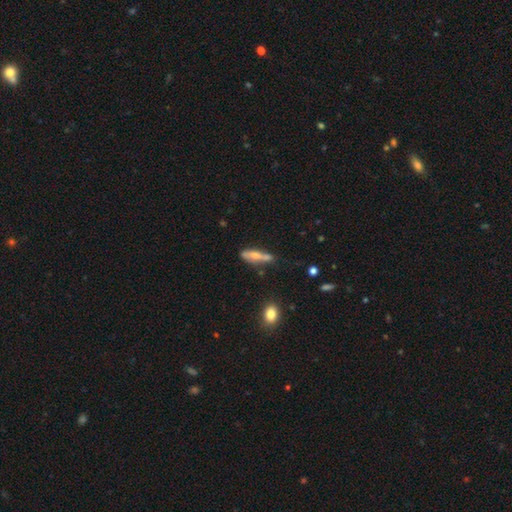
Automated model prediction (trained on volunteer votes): smooth_or_featured: smooth (p=0.49) [alt: featured or disk p=0.45]
merging: none (p=0.64) [alt: minor disturbance p=0.22]